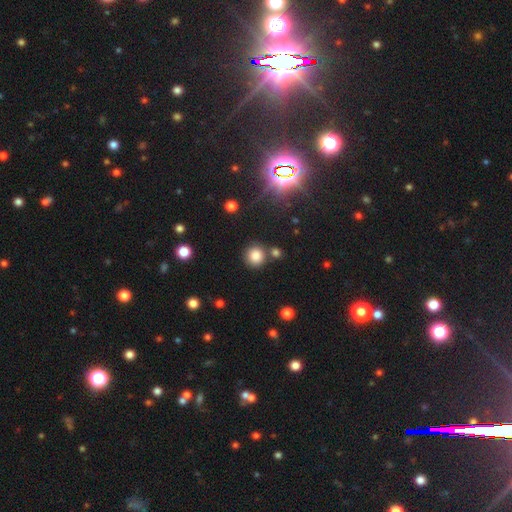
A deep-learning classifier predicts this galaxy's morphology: type=smooth (82%); roundness=round (90%); merging=none (75%).